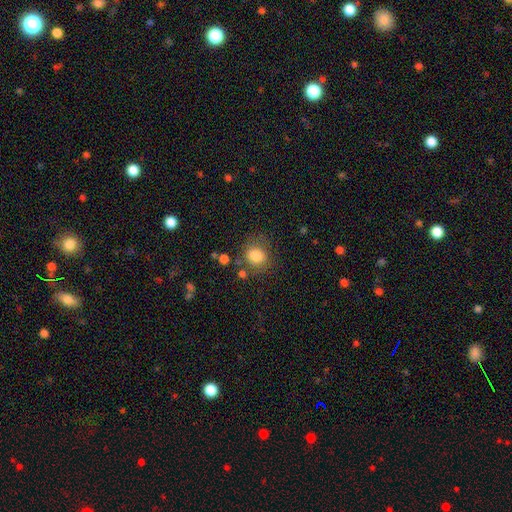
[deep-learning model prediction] Smooth or featured: smooth — 82% (star or artifact — 10%)
How rounded: round — 70% (in between — 29%)
Merging: none — 72% (minor disturbance — 16%)